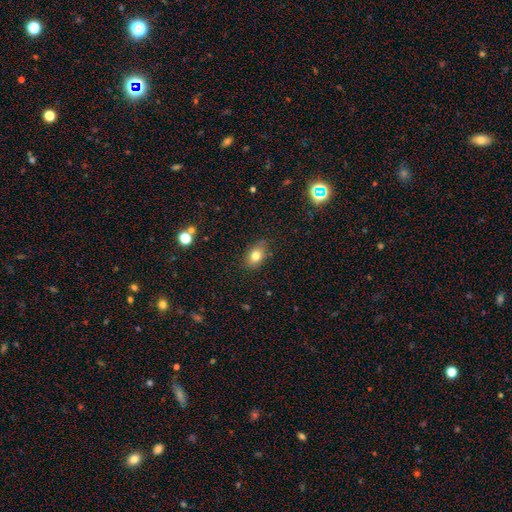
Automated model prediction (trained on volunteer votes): smooth 78%, featured or disk 11%, star or artifact 11%. Down the decision tree: how rounded — in between (76%); merging — none (81%).